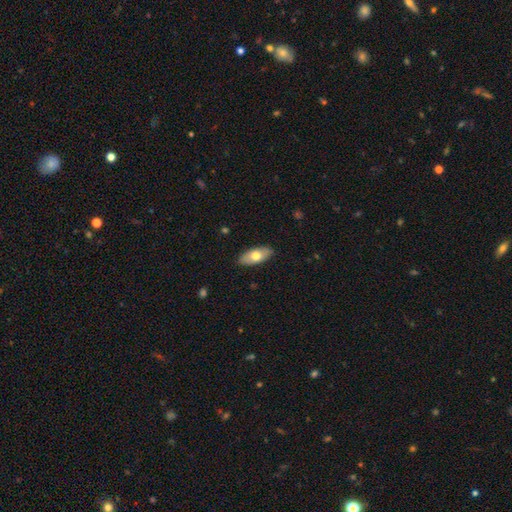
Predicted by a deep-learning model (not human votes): This is likely a smooth galaxy (68%). How rounded: clearly in between (89%). Merging: clearly none (87%).